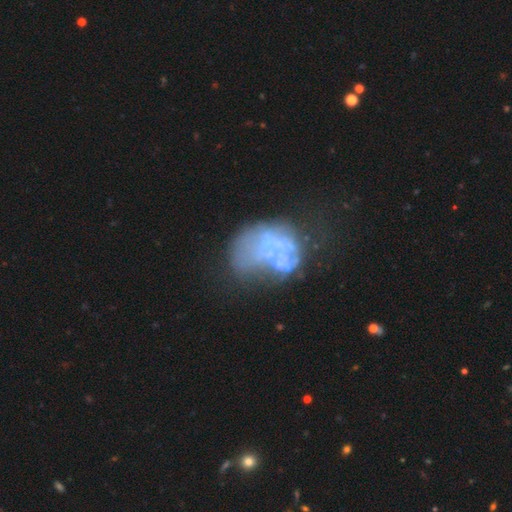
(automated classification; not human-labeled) Smooth or featured?
  - featured or disk: 53% *
  - smooth: 29%
  - star or artifact: 18%
Edge-on disk?
  - no: 98% *
  - yes: 2%
Bar?
  - no: 94% *
  - weak: 4%
  - strong: 2%
Spiral arms?
  - no: 93% *
  - yes: 7%
Bulge size?
  - none: 82% *
  - small: 9%
  - moderate: 5%
  - large: 2%
  - dominant: 1%
Merging?
  - major disturbance: 33% *
  - none: 31%
  - minor disturbance: 20%
  - merger: 16%